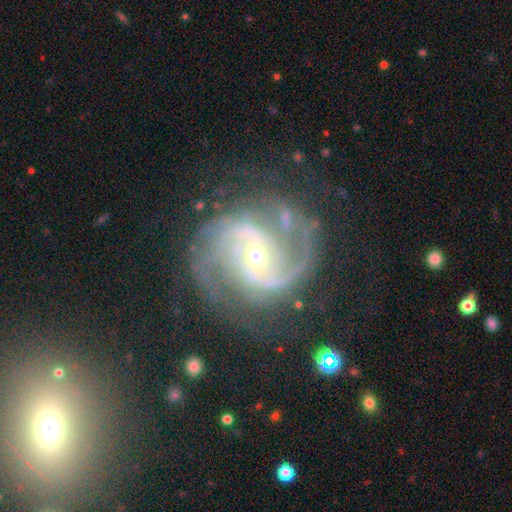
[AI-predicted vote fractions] Overall: featured or disk (91%). Edge-on disk: no (98%). Bar: weak (42%; no 36%). Spiral arms: yes (98%). Spiral arm count: 2 (64%). Spiral winding: medium (50%; tight 37%). Bulge size: small (58%; moderate 38%). Merging: none (72%).